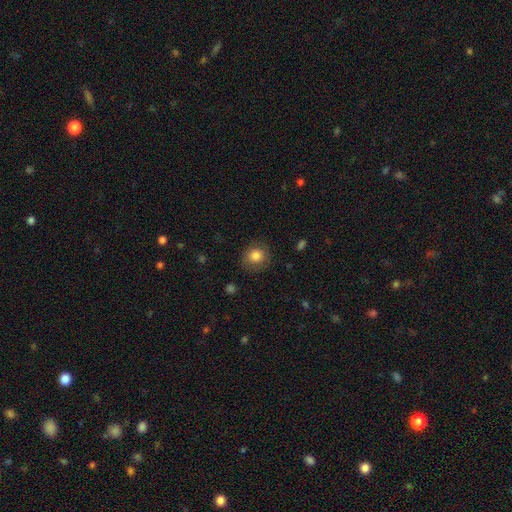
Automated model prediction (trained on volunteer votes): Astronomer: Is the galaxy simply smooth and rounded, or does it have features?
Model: smooth — 82%.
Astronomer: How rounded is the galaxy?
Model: round — 80%.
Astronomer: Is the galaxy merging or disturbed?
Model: none — 80%.